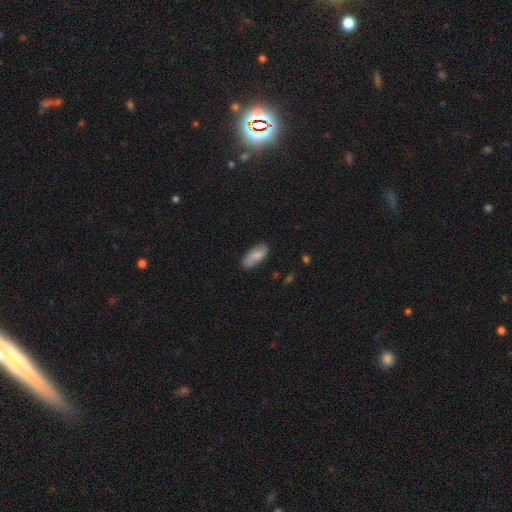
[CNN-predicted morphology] Smooth or featured: smooth — 78% (featured or disk — 16%)
How rounded: in between — 84% (cigar-shaped — 14%)
Merging: none — 77% (minor disturbance — 18%)